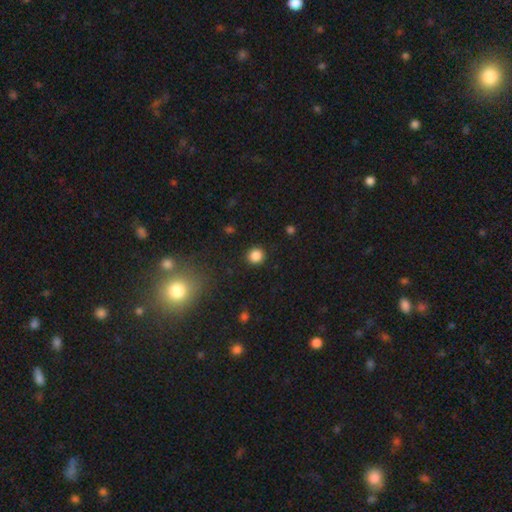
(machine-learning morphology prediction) type=smooth (85%); roundness=round (92%); merging=none (91%).